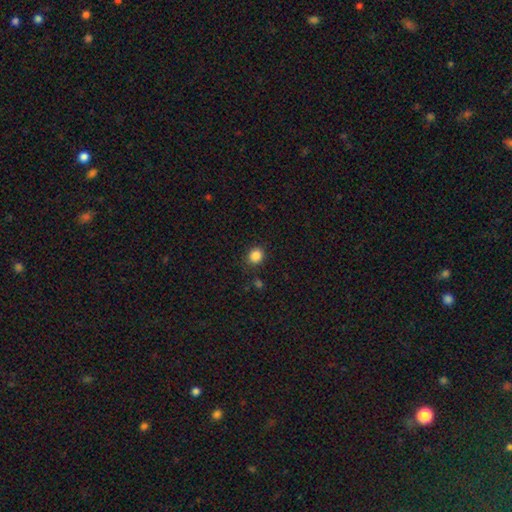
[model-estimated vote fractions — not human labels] The model was most divided on "how rounded": round: 75%, in between: 24%, cigar-shaped: 1%. More confident: smooth or featured — smooth (86%); merging — none (85%).